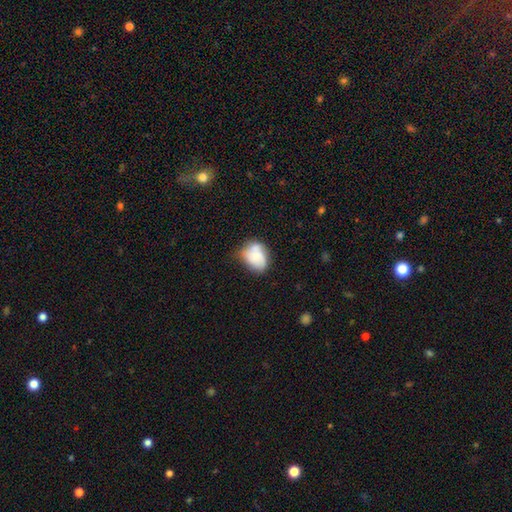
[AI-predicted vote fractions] This appears to be a smooth galaxy with no disk features (69%) that is in between round and cigar-shaped (66%). Merging: none (41%).